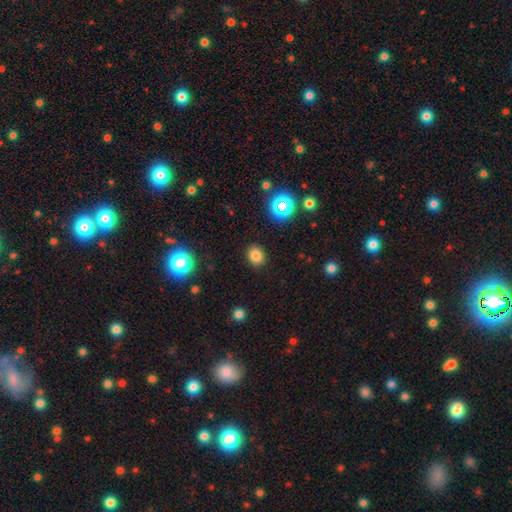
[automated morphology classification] type=smooth (79%); roundness=round (54%); merging=none (88%).